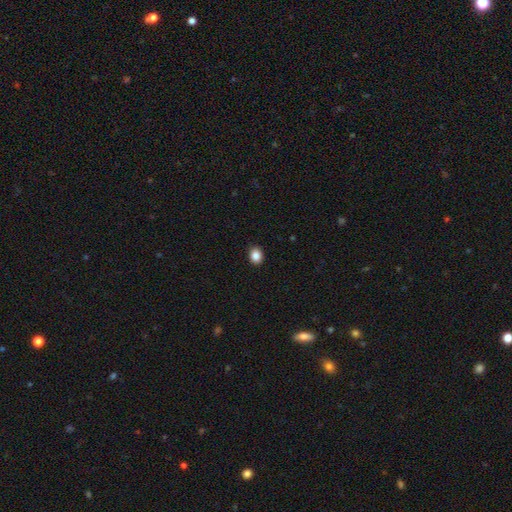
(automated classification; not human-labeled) smooth 86%, star or artifact 9%, featured or disk 4%. Down the decision tree: how rounded — round (51%); merging — none (92%).